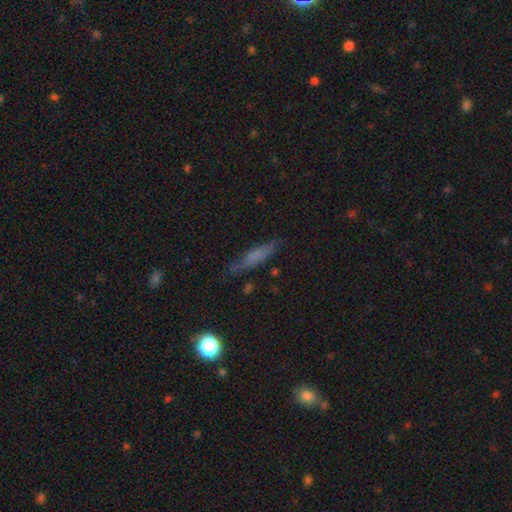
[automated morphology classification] Smooth or featured? Predicted: smooth (p=0.53). How rounded? Predicted: cigar-shaped (p=0.75). Merging? Predicted: none (p=0.69).